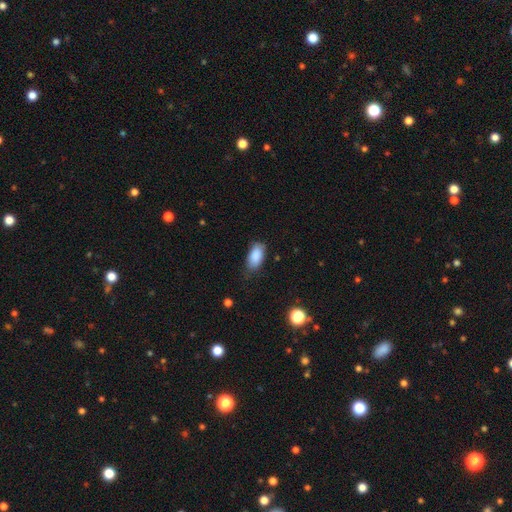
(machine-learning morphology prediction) This appears to be a smooth galaxy with no disk features (88%) that is in between round and cigar-shaped (92%). Merging: none (69%).